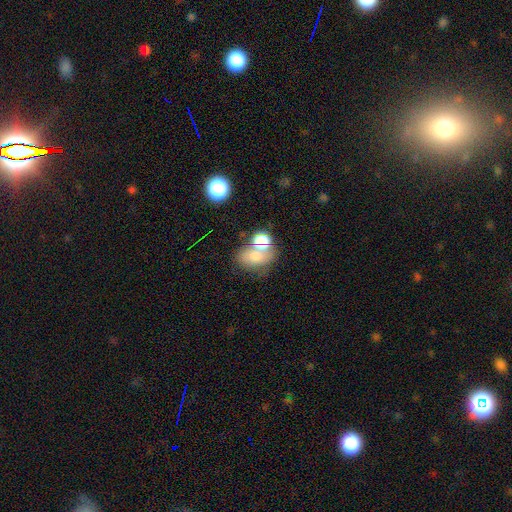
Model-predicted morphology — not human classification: Smooth or featured: smooth — 70% (featured or disk — 18%)
How rounded: in between — 64% (round — 34%)
Merging: merger — 49% (none — 33%)